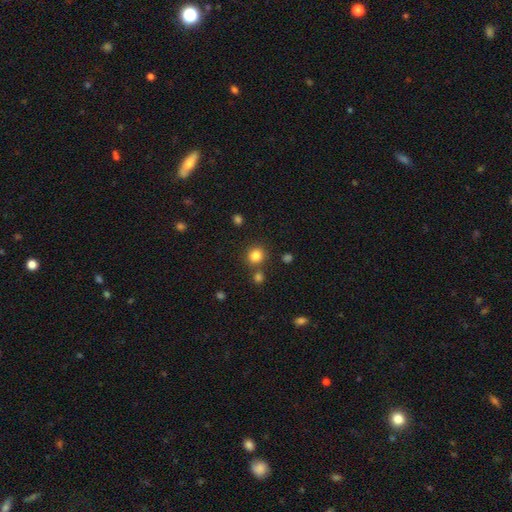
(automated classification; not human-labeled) Q: Smooth or featured?
A: smooth (82%); runner-up: star or artifact (13%)
Q: How rounded?
A: round (88%); runner-up: in between (11%)
Q: Merging?
A: none (78%); runner-up: merger (11%)